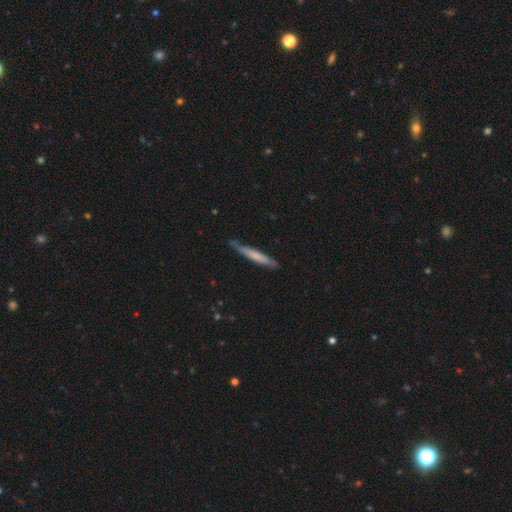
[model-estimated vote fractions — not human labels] smooth 57%, featured or disk 37%, star or artifact 5%. Down the decision tree: how rounded — cigar-shaped (95%); merging — none (76%).